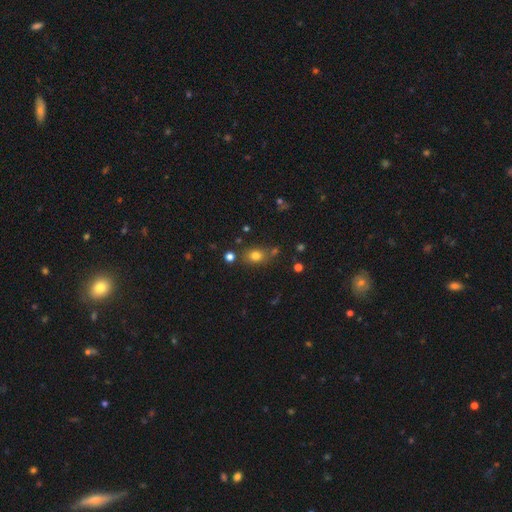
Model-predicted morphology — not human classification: The model was most divided on "how rounded": in between: 51%, round: 47%, cigar-shaped: 2%. More confident: smooth or featured — smooth (76%); merging — none (72%).